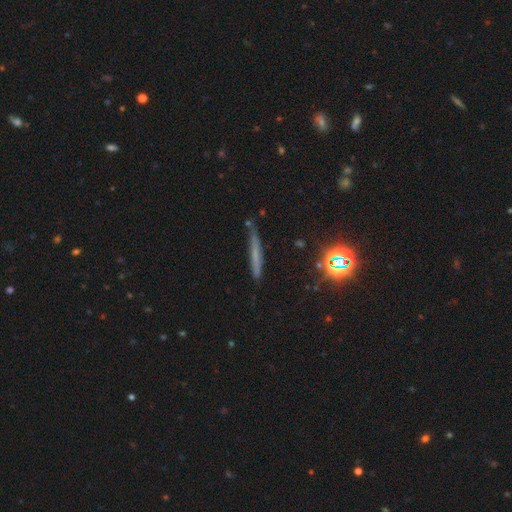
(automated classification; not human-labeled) Q: Smooth or featured?
A: smooth (50%); runner-up: featured or disk (32%)
Q: Merging?
A: none (77%); runner-up: minor disturbance (17%)